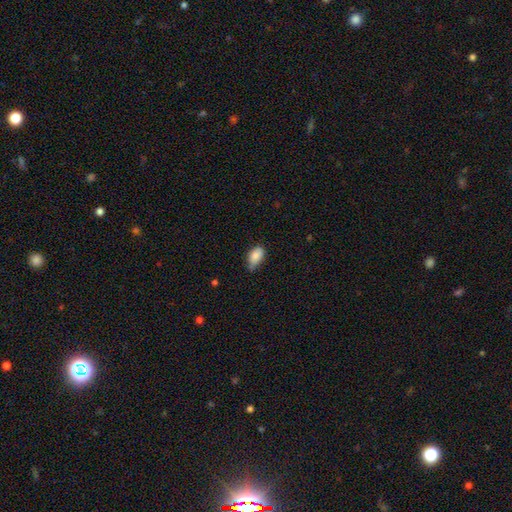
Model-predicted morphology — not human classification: This is clearly a smooth galaxy (85%). How rounded: clearly in between (90%). Merging: possibly none (47%).